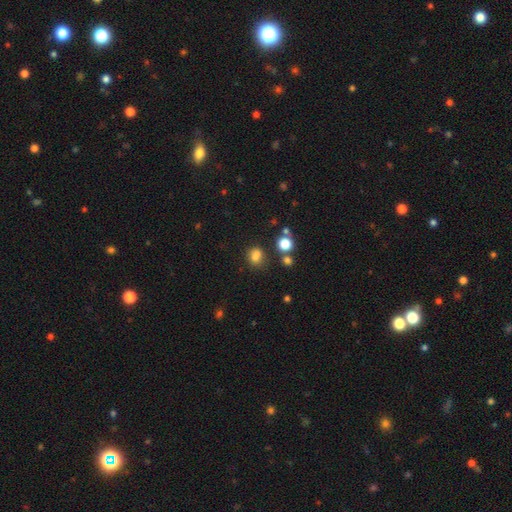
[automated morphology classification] smooth_or_featured: smooth (p=0.77) [alt: star or artifact p=0.16]
how_rounded: round (p=0.55) [alt: in between p=0.44]
merging: none (p=0.65) [alt: minor disturbance p=0.17]